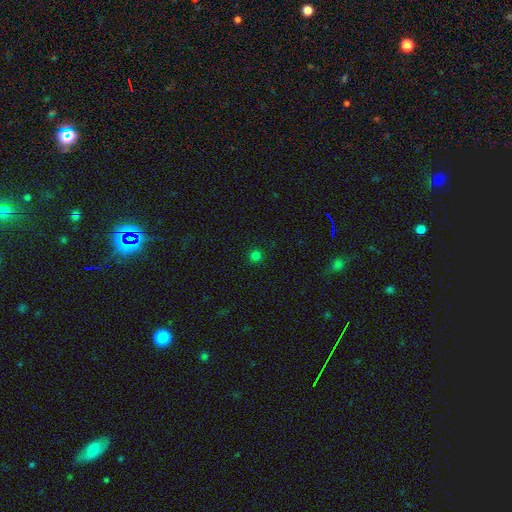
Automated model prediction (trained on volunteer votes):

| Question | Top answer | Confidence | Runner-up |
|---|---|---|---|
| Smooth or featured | smooth | 77% | star or artifact (19%) |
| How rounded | round | 95% | in between (4%) |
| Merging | none | 91% | minor disturbance (5%) |